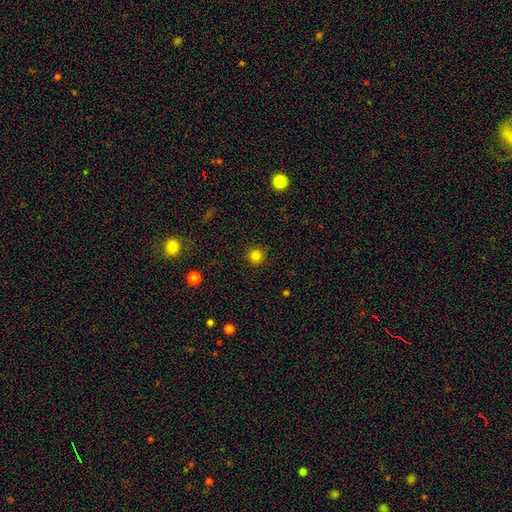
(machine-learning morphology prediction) smooth 82%, star or artifact 14%, featured or disk 5%. Down the decision tree: how rounded — round (95%); merging — none (91%).